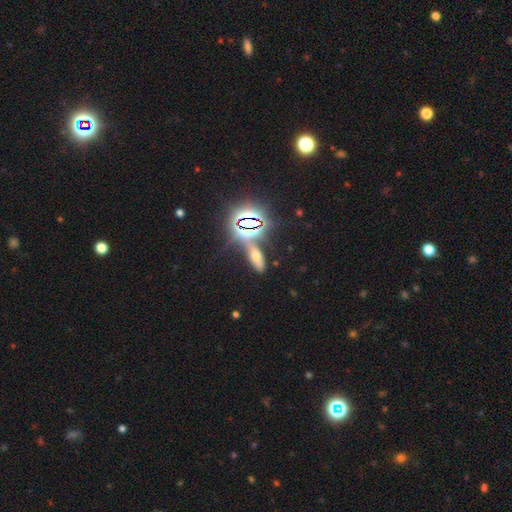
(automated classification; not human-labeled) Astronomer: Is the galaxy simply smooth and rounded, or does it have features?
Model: smooth — 42% (runner-up: star or artifact, 41%).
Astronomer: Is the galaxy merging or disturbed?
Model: none — 60%.